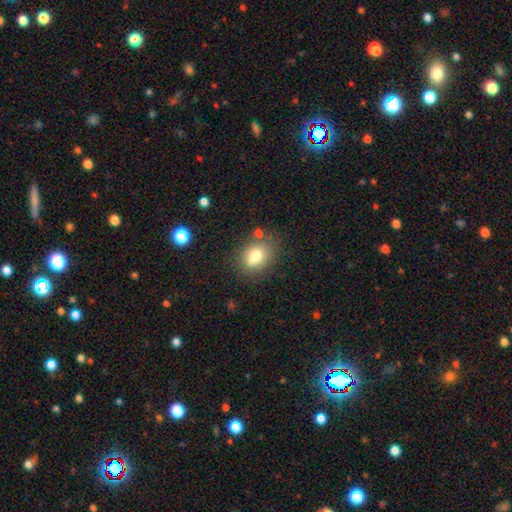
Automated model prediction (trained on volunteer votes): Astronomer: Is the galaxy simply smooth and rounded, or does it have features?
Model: smooth — 72%.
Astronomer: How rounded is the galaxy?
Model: round — 59% (runner-up: in between, 41%).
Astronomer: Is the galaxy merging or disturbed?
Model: none — 61%.